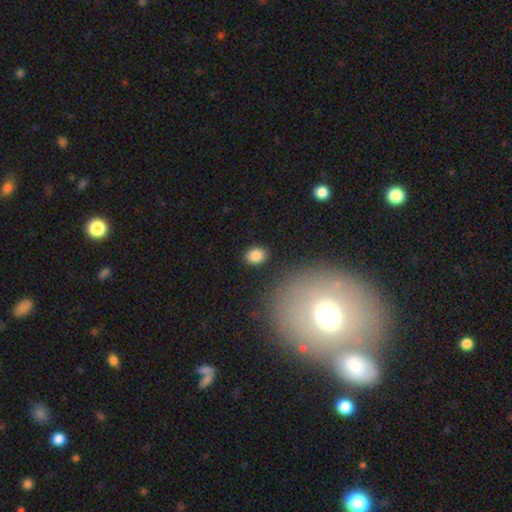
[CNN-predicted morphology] A smooth galaxy with no disk features (85%) that is in between round and cigar-shaped (63%).

Vote fractions:
- Smooth or featured? smooth: 85% / star or artifact: 9% / featured or disk: 6%
- How rounded? in between: 63% / round: 36% / cigar-shaped: 1%
- Merging? none: 87% / minor disturbance: 8% / major disturbance: 3% / merger: 2%